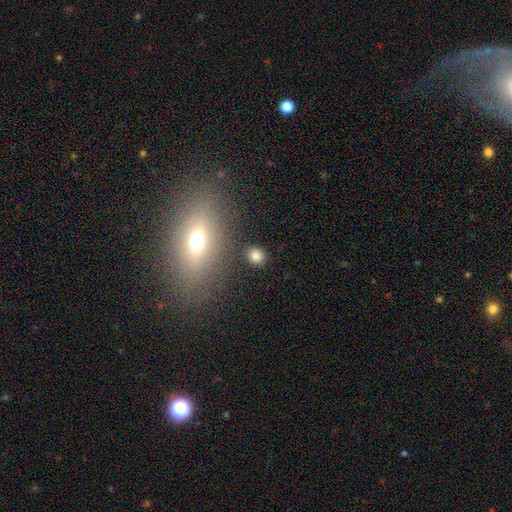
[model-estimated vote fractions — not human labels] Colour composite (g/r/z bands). It shows a smooth galaxy with no disk features (82%) that is round (73%). Merging: none (86%).